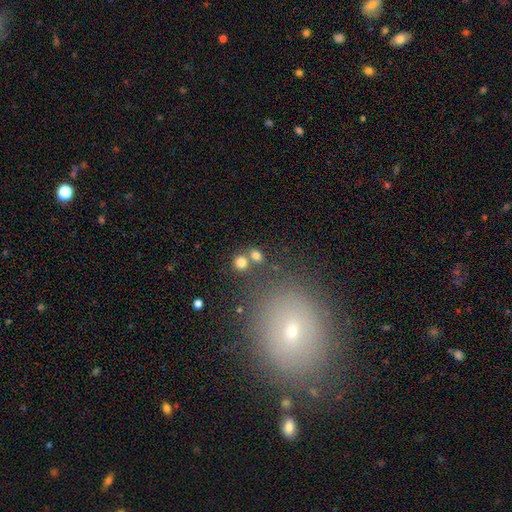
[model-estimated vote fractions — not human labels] A smooth galaxy with no disk features (77%) that is round (72%).

Vote fractions:
- Smooth or featured? smooth: 77% / star or artifact: 14% / featured or disk: 9%
- How rounded? round: 72% / in between: 27% / cigar-shaped: 1%
- Merging? none: 60% / merger: 27% / minor disturbance: 8% / major disturbance: 5%